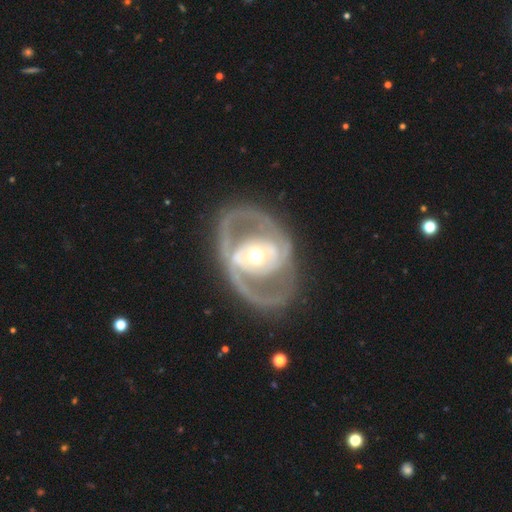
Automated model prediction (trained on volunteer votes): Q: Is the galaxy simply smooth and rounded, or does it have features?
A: featured or disk — 85%.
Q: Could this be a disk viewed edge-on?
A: no — 96%.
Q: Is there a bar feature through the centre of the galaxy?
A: no — 45%.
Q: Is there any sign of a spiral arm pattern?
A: yes — 73%.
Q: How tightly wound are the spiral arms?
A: medium — 45%.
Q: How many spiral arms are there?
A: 2 — 78%.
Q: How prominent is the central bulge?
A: moderate — 69%.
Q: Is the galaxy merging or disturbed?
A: none — 72%.